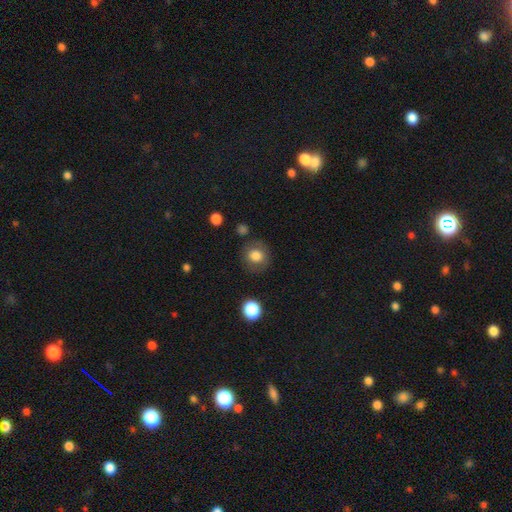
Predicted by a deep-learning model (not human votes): This appears to be a smooth galaxy with no disk features (78%) that is round (87%). Merging: none (80%).